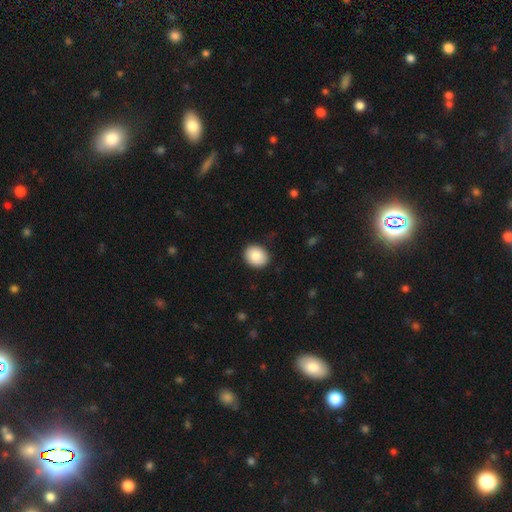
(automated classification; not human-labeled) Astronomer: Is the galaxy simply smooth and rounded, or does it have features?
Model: smooth — 84%.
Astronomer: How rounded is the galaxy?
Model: round — 51% (runner-up: in between, 48%).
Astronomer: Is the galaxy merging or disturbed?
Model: none — 86%.